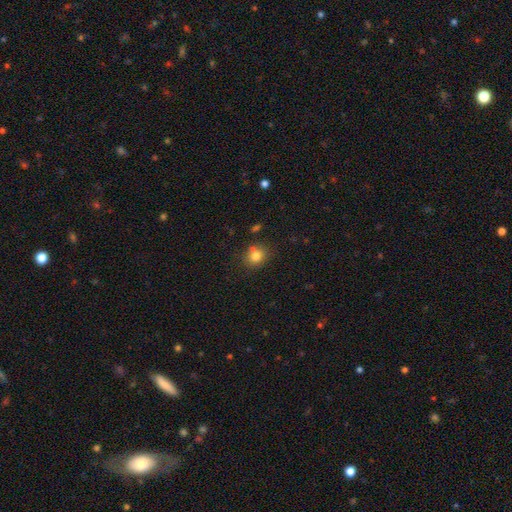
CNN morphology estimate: The model was most divided on "how rounded": round: 72%, in between: 27%, cigar-shaped: 1%. More confident: smooth or featured — smooth (81%); merging — none (70%).